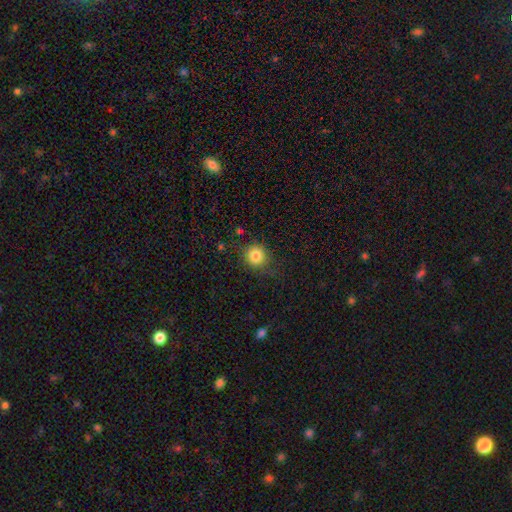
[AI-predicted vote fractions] Smooth or featured? Predicted: smooth (p=0.83). How rounded? Predicted: round (p=0.88). Merging? Predicted: none (p=0.75).